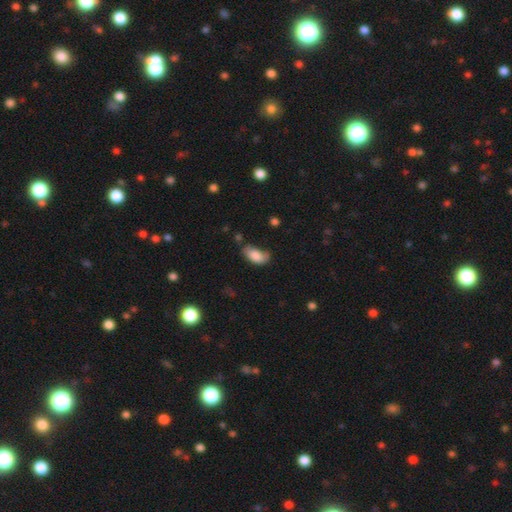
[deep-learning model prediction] Smooth or featured? smooth (84%)
How rounded? in between (93%)
Merging? none (49%)